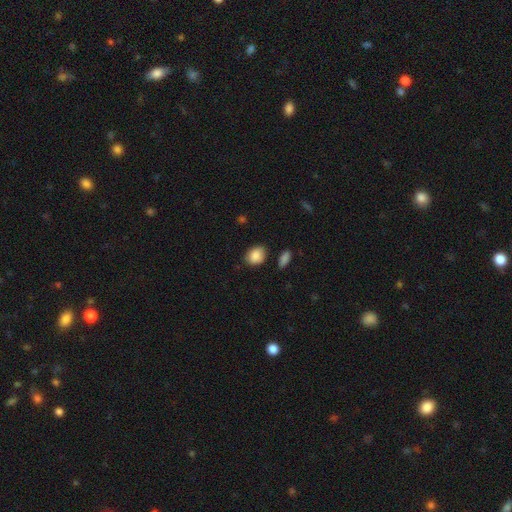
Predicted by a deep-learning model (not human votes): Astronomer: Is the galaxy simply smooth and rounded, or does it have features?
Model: smooth — 87%.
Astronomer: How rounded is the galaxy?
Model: in between — 66%.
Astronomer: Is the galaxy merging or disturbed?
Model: none — 77%.